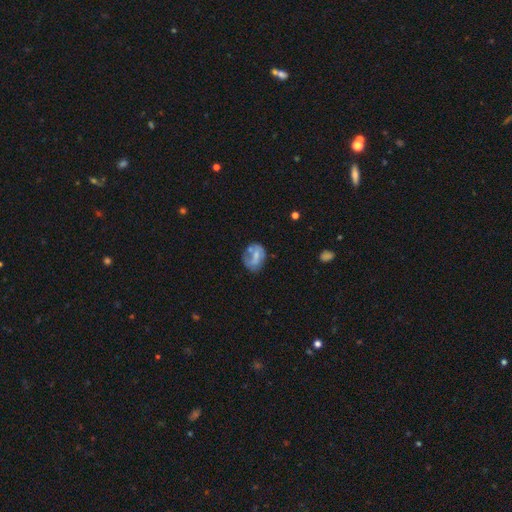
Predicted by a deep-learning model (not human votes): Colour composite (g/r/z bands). It shows a smooth galaxy with no disk features (48%). Merging: none (42%).